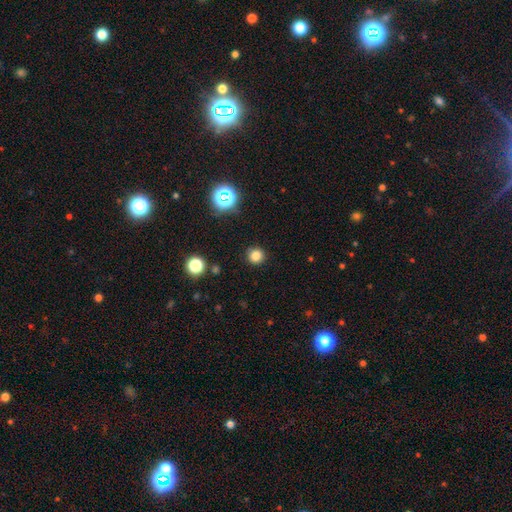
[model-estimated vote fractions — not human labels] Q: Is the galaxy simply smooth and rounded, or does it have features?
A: smooth — 80%.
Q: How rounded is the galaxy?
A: round — 92%.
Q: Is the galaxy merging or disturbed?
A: none — 91%.